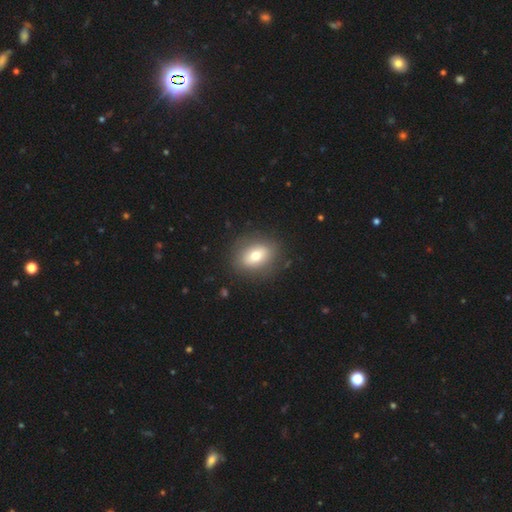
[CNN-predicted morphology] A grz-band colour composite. It shows a smooth galaxy with no disk features (69%) that is in between round and cigar-shaped (67%). Merging: none (85%).